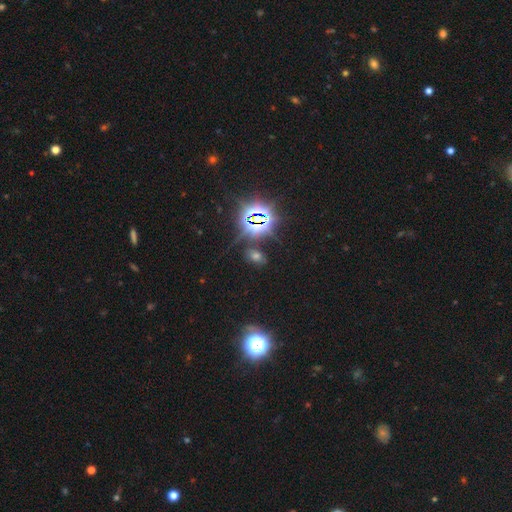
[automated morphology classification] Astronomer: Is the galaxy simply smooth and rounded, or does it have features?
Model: star or artifact — 53% (runner-up: smooth, 38%).